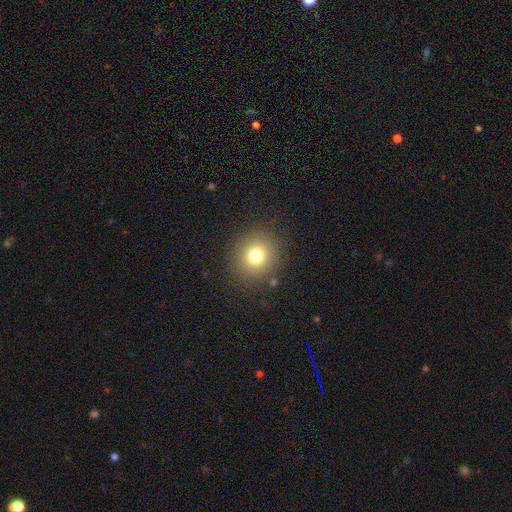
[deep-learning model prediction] smooth 76%, star or artifact 14%, featured or disk 9%. Down the decision tree: how rounded — round (90%); merging — none (87%).